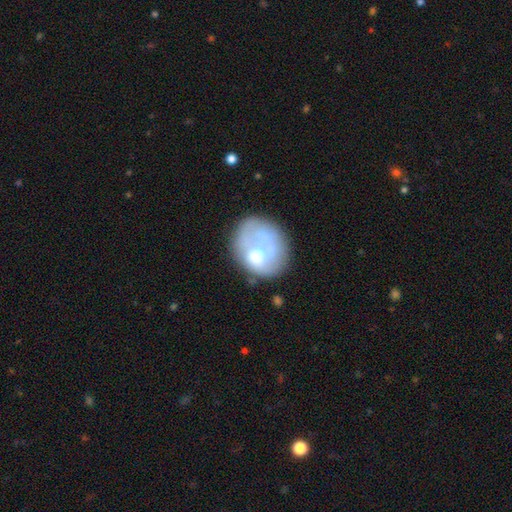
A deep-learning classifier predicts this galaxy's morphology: Smooth or featured? Predicted: smooth (p=0.47). Merging? Predicted: none (p=0.45).